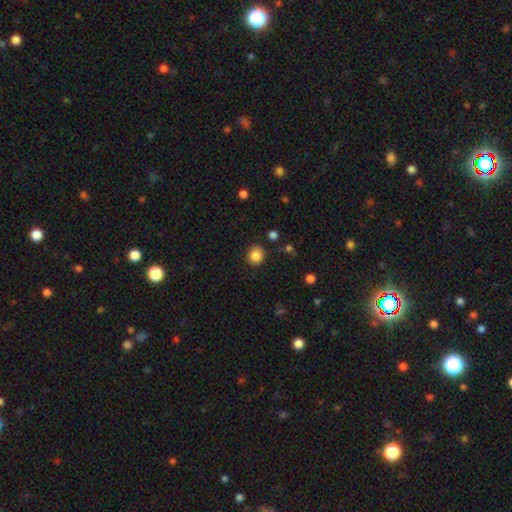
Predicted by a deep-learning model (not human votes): Smooth or featured? Predicted: smooth (p=0.86). How rounded? Predicted: round (p=0.76). Merging? Predicted: none (p=0.86).